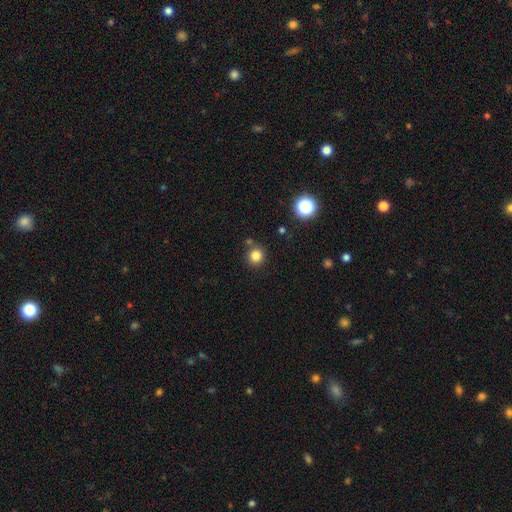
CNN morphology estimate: Smooth or featured?
  - smooth: 82% *
  - star or artifact: 13%
  - featured or disk: 5%
How rounded?
  - round: 92% *
  - in between: 7%
  - cigar-shaped: 1%
Merging?
  - none: 80% *
  - minor disturbance: 9%
  - merger: 8%
  - major disturbance: 3%